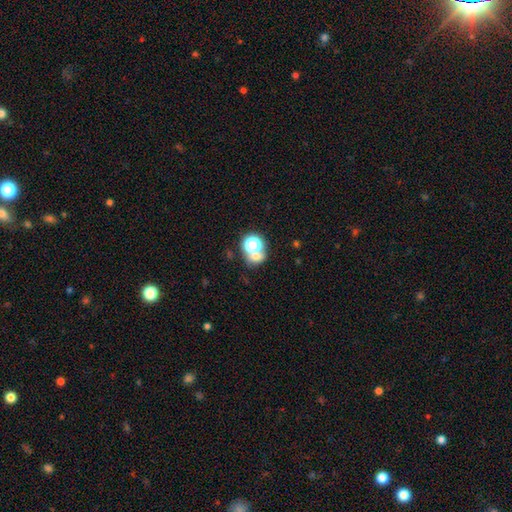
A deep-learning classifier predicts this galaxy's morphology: Smooth or featured? Predicted: smooth (p=0.61). How rounded? Predicted: round (p=0.70). Merging? Predicted: none (p=0.46).